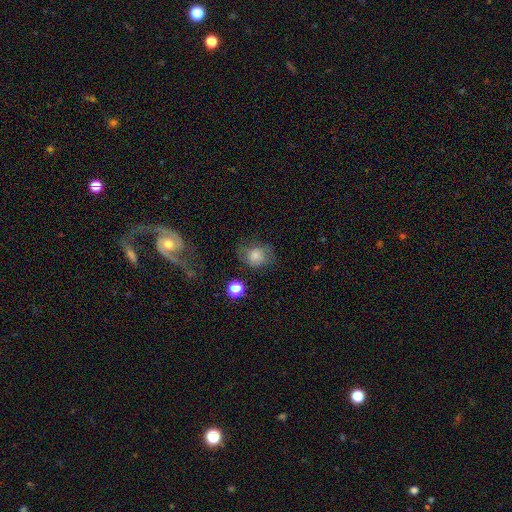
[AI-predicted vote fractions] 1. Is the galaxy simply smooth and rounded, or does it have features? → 67% smooth, 21% featured or disk, 12% star or artifact.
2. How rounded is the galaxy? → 63% round, 36% in between, 1% cigar-shaped.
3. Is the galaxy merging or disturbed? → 55% none, 25% minor disturbance, 17% major disturbance, 3% merger.